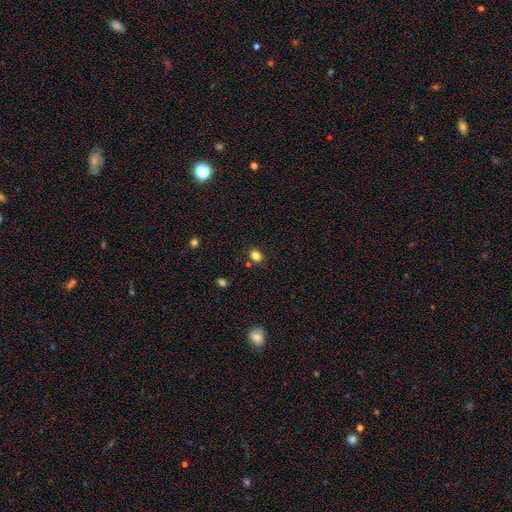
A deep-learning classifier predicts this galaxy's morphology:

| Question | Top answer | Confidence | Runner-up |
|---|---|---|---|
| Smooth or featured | smooth | 81% | star or artifact (13%) |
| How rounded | in between | 50% | round (49%) |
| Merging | none | 81% | minor disturbance (11%) |